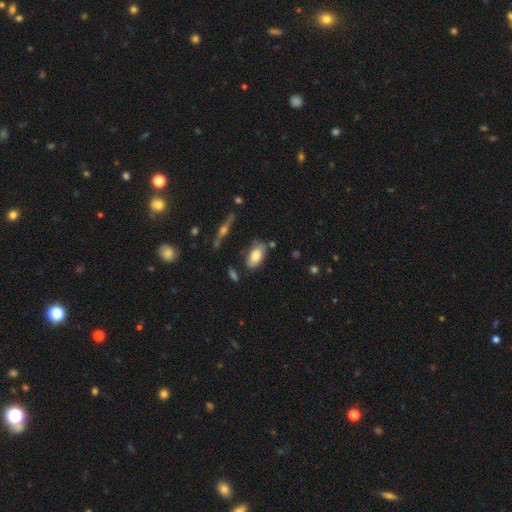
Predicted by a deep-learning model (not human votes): smooth_or_featured: smooth (p=0.72) [alt: featured or disk p=0.21]
how_rounded: in between (p=0.90) [alt: cigar-shaped p=0.06]
merging: none (p=0.69) [alt: minor disturbance p=0.20]